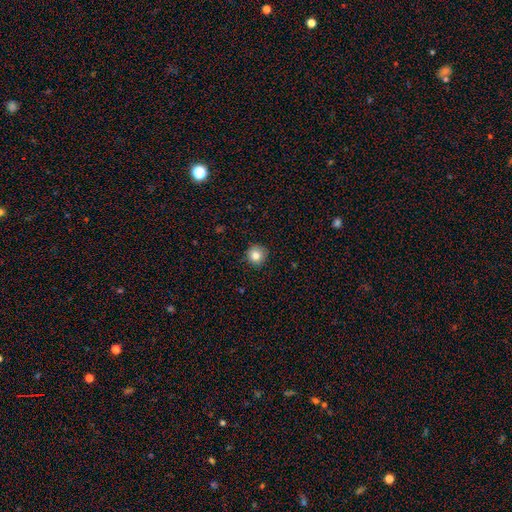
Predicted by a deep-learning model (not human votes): Smooth or featured: smooth — 82% (star or artifact — 10%)
How rounded: round — 94% (in between — 5%)
Merging: none — 90% (minor disturbance — 7%)